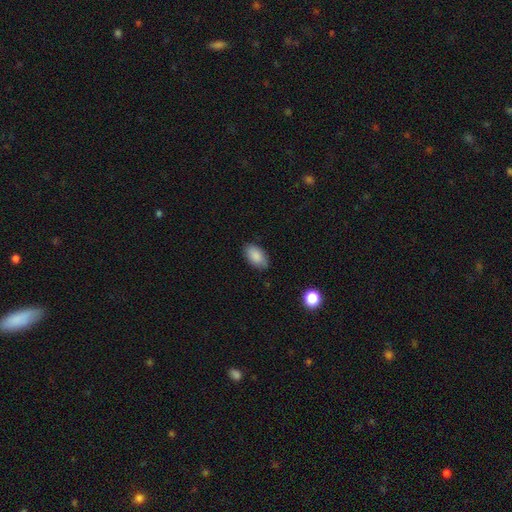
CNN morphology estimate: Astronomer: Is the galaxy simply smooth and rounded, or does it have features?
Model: smooth — 87%.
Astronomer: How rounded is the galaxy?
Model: in between — 94%.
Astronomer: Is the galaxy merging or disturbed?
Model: none — 85%.